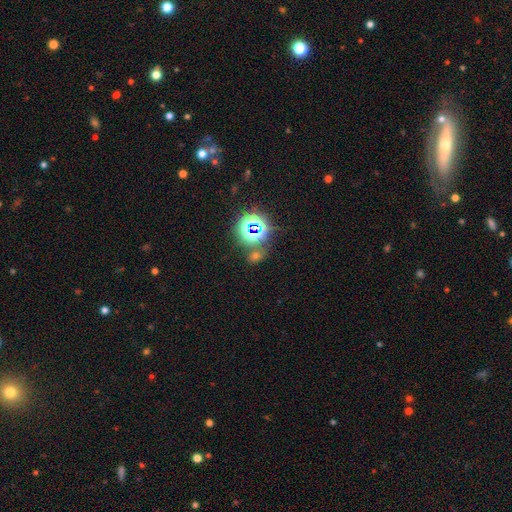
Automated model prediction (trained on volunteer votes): Smooth or featured: star or artifact — 57% (smooth — 34%)